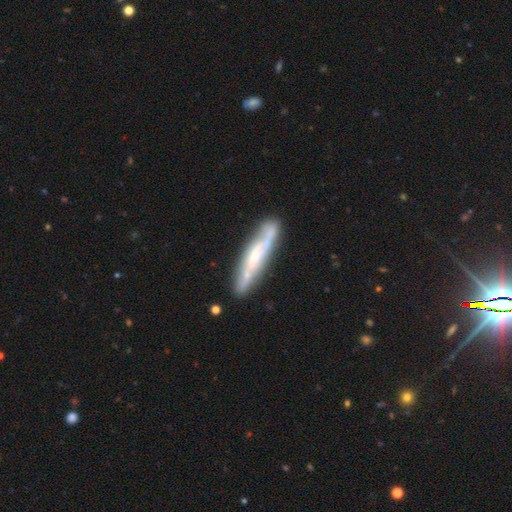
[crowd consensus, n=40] Smooth or featured? 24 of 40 (60%) said featured or disk. Edge-on disk? 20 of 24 (83%) said yes. Edge-on bulge? 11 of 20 (55%) said none. Merging? 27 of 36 (75%) said none.